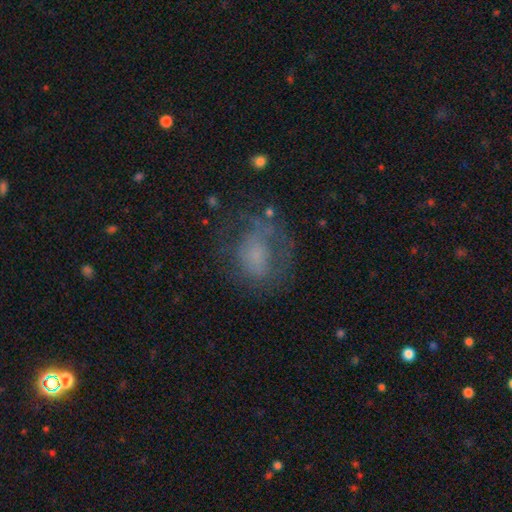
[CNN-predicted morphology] Smooth or featured? Predicted: smooth (p=0.44). Merging? Predicted: none (p=0.48).